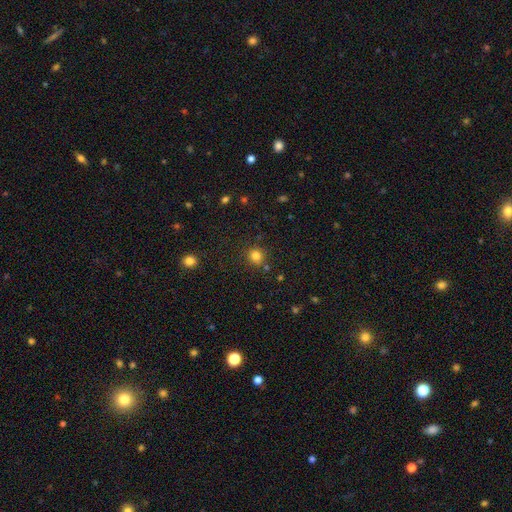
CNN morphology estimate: Smooth or featured?
  - smooth: 80% *
  - star or artifact: 14%
  - featured or disk: 6%
How rounded?
  - round: 87% *
  - in between: 12%
  - cigar-shaped: 1%
Merging?
  - none: 81% *
  - minor disturbance: 10%
  - merger: 6%
  - major disturbance: 3%